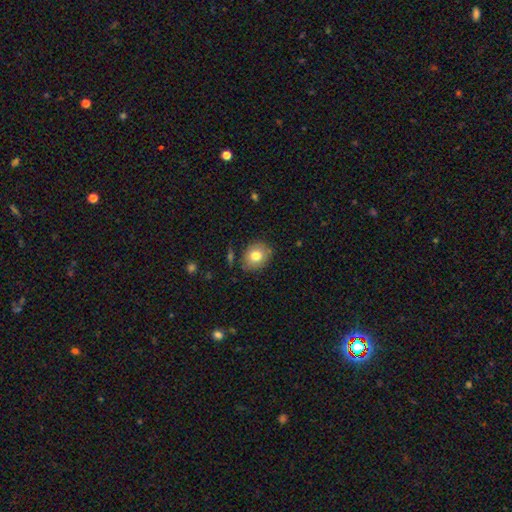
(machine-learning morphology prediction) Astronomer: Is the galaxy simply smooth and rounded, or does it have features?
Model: smooth — 78%.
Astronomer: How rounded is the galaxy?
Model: round — 52% (runner-up: in between, 47%).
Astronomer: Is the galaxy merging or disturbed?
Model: none — 81%.